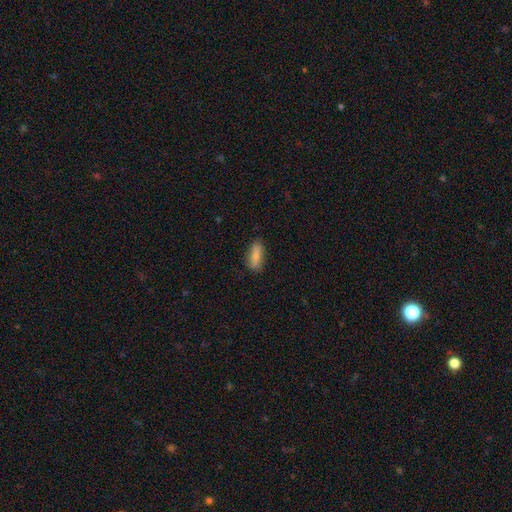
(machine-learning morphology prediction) smooth 81%, featured or disk 12%, star or artifact 7%. Down the decision tree: how rounded — in between (68%); merging — none (78%).